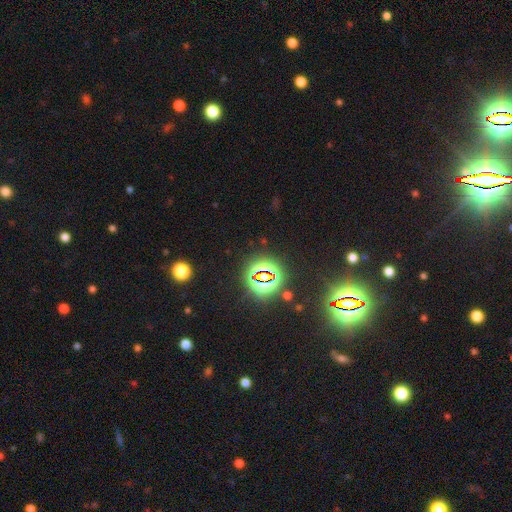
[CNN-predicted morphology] Smooth or featured? star or artifact (82%)